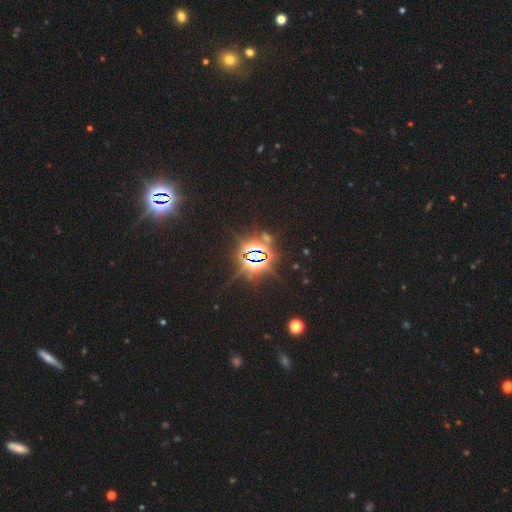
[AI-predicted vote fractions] A star or artifact, not a galaxy (85%).